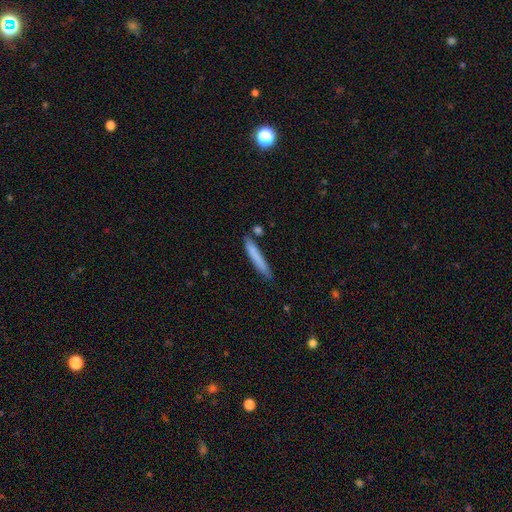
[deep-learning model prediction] The model was most divided on "smooth or featured": smooth: 77%, featured or disk: 16%, star or artifact: 6%. More confident: how rounded — cigar-shaped (94%); merging — none (77%).